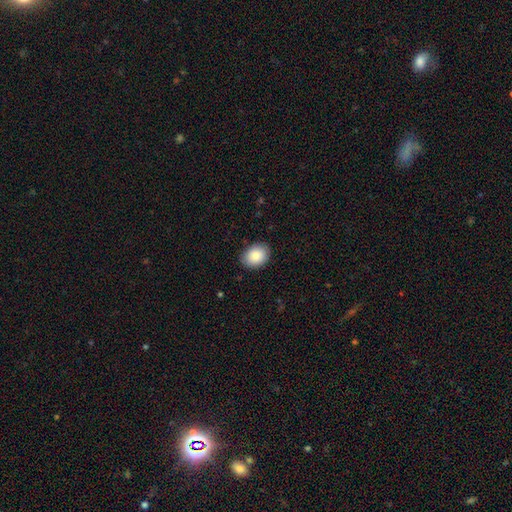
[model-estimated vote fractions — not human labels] Smooth or featured?
  - smooth: 87% *
  - star or artifact: 7%
  - featured or disk: 6%
How rounded?
  - in between: 66% *
  - round: 33%
  - cigar-shaped: 1%
Merging?
  - none: 86% *
  - minor disturbance: 11%
  - major disturbance: 2%
  - merger: 1%